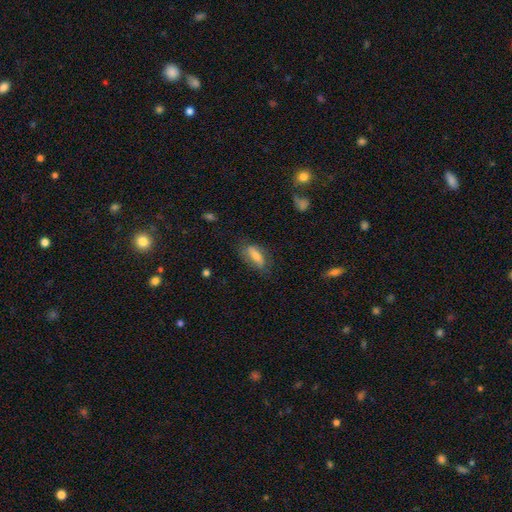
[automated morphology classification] Smooth or featured? Predicted: smooth (p=0.63). How rounded? Predicted: in between (p=0.70). Merging? Predicted: none (p=0.67).